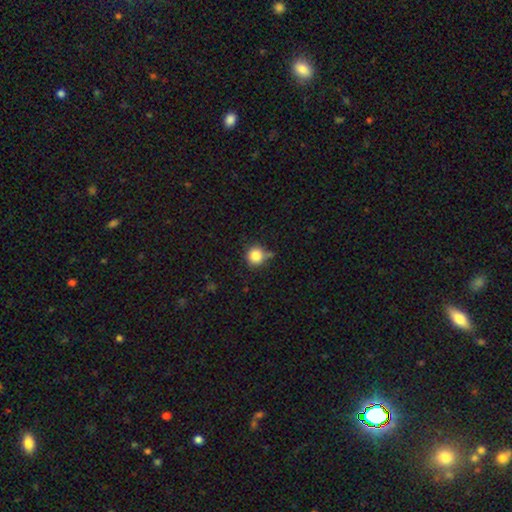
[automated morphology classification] Smooth or featured? Predicted: smooth (p=0.83). How rounded? Predicted: round (p=0.92). Merging? Predicted: none (p=0.65).